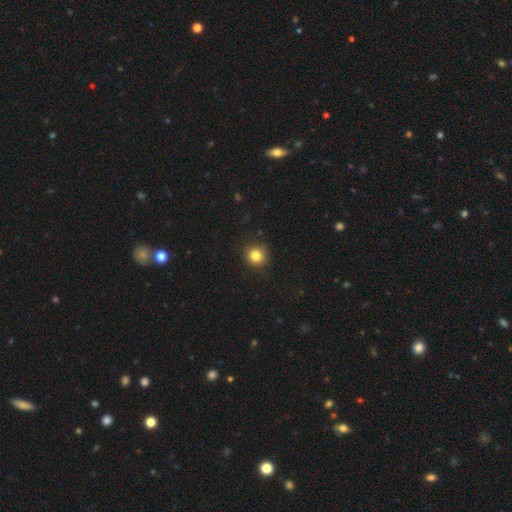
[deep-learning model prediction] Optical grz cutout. It shows a smooth galaxy with no disk features (82%) that is round (92%). Merging: none (91%).